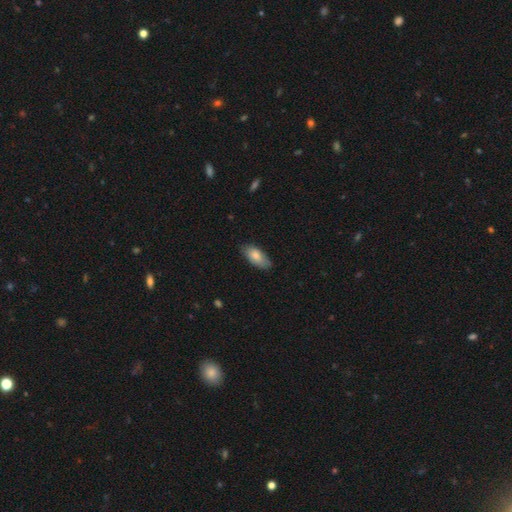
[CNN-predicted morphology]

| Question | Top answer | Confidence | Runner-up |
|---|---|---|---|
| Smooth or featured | smooth | 81% | featured or disk (13%) |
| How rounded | in between | 90% | cigar-shaped (8%) |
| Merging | none | 77% | minor disturbance (19%) |